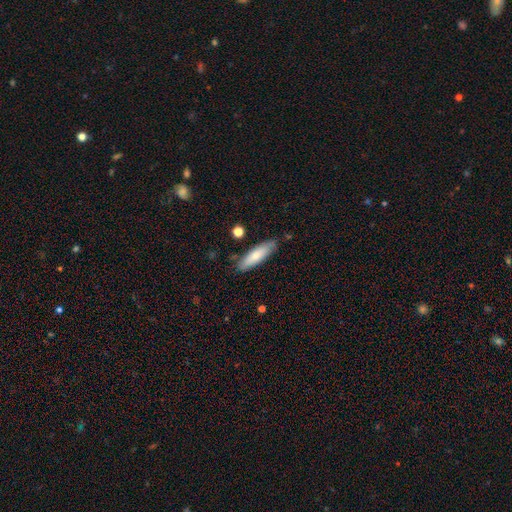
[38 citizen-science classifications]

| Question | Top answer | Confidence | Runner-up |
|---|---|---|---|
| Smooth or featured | smooth | 74% | featured or disk (21%) |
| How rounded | cigar-shaped | 79% | in between (21%) |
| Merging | none | 86% | minor disturbance (11%) |